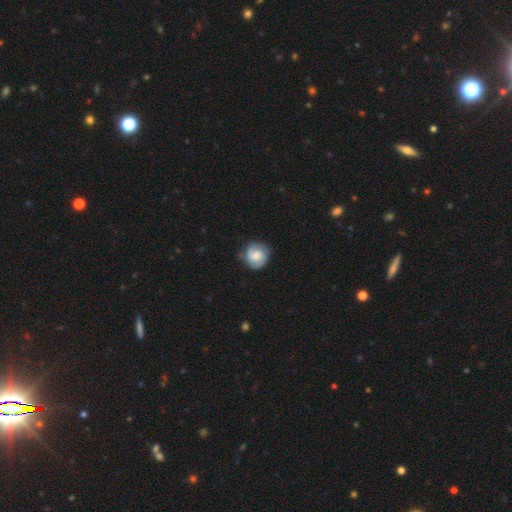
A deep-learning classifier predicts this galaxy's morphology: The model was most divided on "spiral winding": tight: 51%, medium: 37%, loose: 12%. Remaining: edge-on disk — no (98%); spiral arms — yes (92%); merging — none (75%); spiral arm count — 2 (67%); smooth or featured — featured or disk (60%); bar — no (59%); bulge size — moderate (39%).